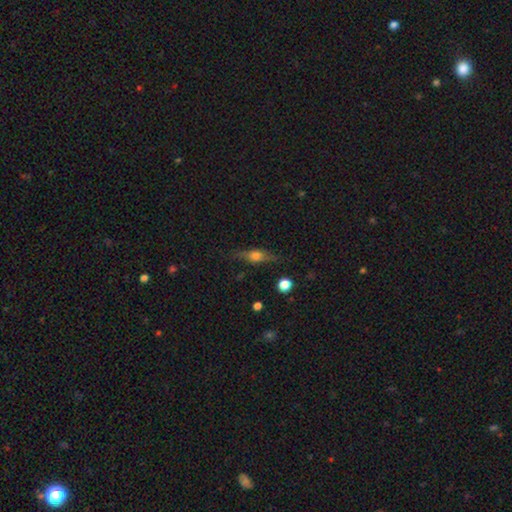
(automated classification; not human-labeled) This is possibly a featured or disk galaxy (59%). It is clearly viewed edge-on (93%). Edge-on bulge: clearly rounded (90%). Merging: clearly none (80%).